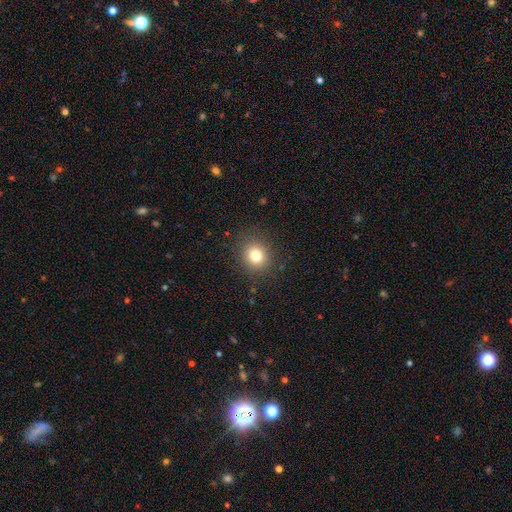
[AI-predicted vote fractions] This appears to be a smooth galaxy with no disk features (78%) that is round (82%). Merging: none (88%).